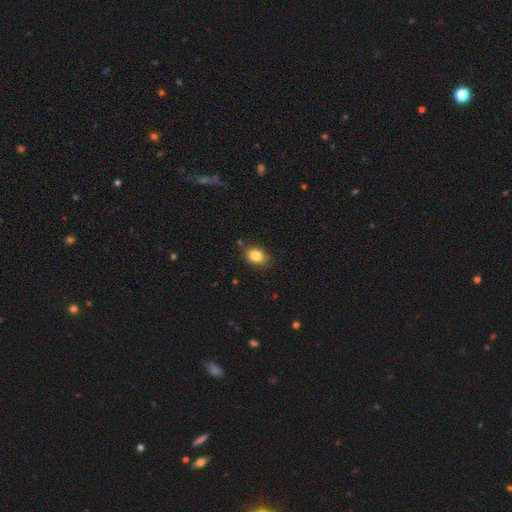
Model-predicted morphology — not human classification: Q: Smooth or featured?
A: smooth (84%); runner-up: star or artifact (9%)
Q: How rounded?
A: in between (73%); runner-up: round (26%)
Q: Merging?
A: none (84%); runner-up: minor disturbance (12%)